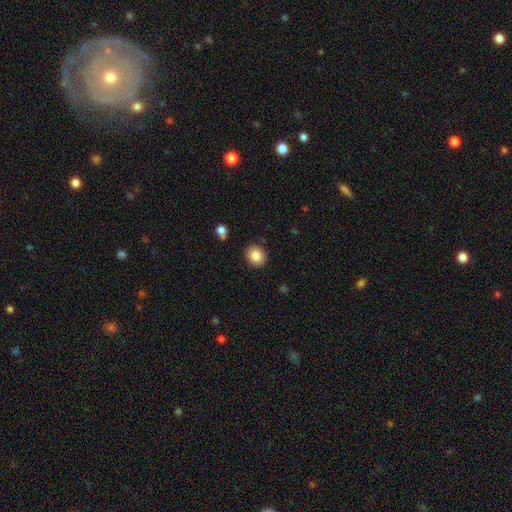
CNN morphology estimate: Smooth or featured? smooth (84%)
How rounded? round (76%)
Merging? none (89%)